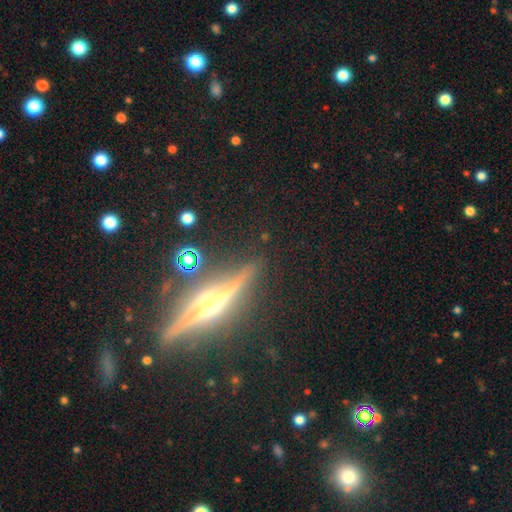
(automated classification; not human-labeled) smooth-or-featured: featured or disk: 79% | smooth: 11% | star or artifact: 10%
  disk-edge-on: yes: 97% | no: 3%
    edge-on-bulge: rounded: 86% | boxy: 7% | none: 6%
  merging: none: 85% | minor disturbance: 10% | merger: 3% | major disturbance: 3%